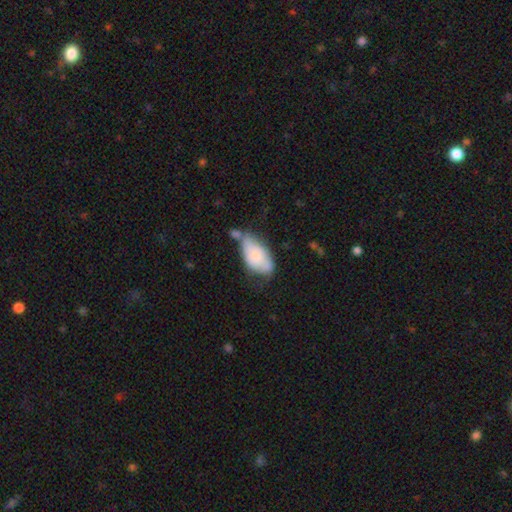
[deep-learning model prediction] smooth_or_featured: smooth (p=0.70) [alt: featured or disk p=0.23]
how_rounded: in between (p=0.93) [alt: round p=0.03]
merging: minor disturbance (p=0.33) [alt: none p=0.32]